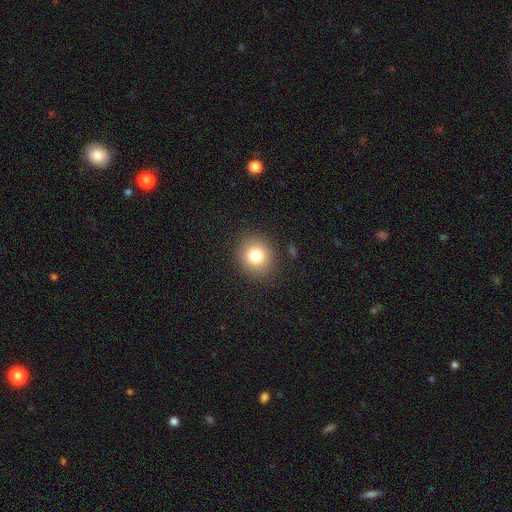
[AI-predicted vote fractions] The model was most divided on "how rounded": round: 81%, in between: 18%, cigar-shaped: 1%. More confident: merging — none (88%); smooth or featured — smooth (80%).